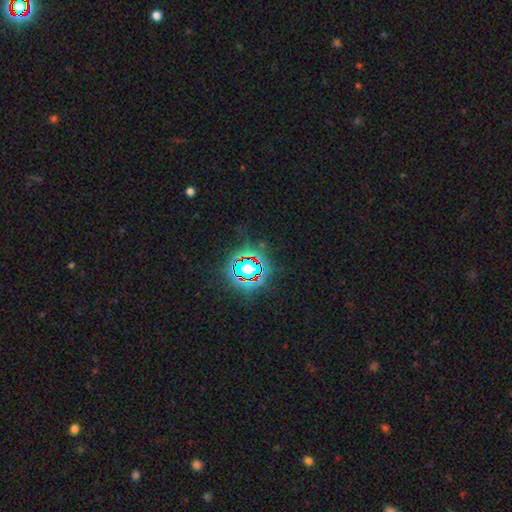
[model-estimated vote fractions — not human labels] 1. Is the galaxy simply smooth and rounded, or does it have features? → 82% star or artifact, 11% smooth, 7% featured or disk.